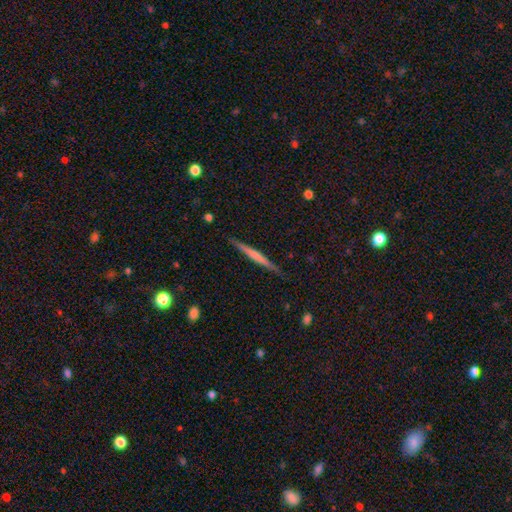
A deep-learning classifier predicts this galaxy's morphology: Smooth or featured: featured or disk — 56% (smooth — 38%)
Edge-on disk: yes — 98% (no — 2%)
Edge-on bulge: none — 64% (rounded — 21%)
Merging: none — 89% (minor disturbance — 8%)